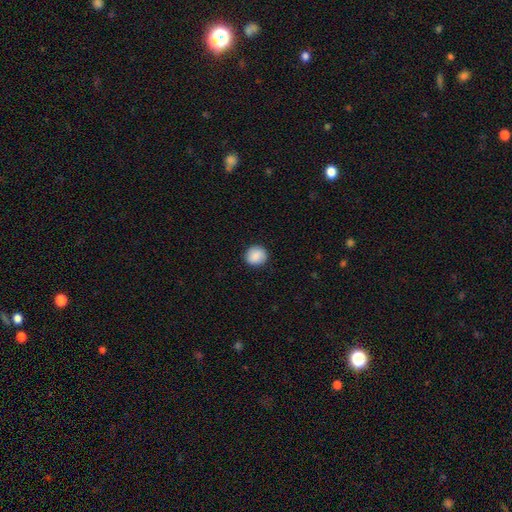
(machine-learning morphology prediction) The model was most divided on "how rounded": round: 89%, in between: 10%, cigar-shaped: 1%. More confident: merging — none (90%); smooth or featured — smooth (88%).